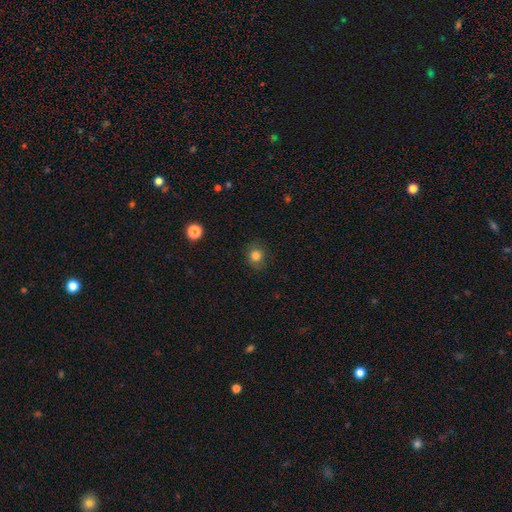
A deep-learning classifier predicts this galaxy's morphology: smooth 82%, star or artifact 12%, featured or disk 7%. Down the decision tree: how rounded — round (80%); merging — none (81%).